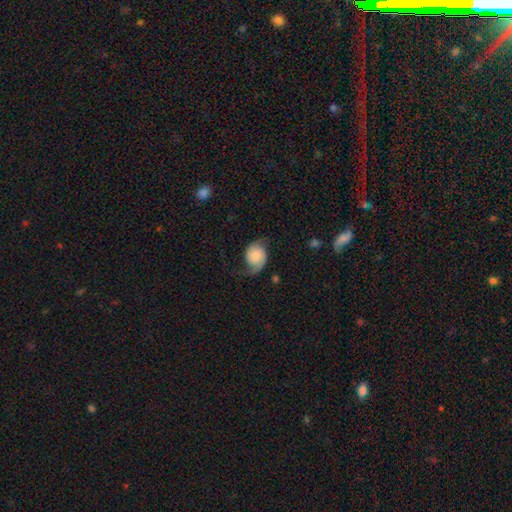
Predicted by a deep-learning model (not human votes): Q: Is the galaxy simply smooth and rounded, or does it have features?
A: featured or disk — 64%.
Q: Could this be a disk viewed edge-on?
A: no — 97%.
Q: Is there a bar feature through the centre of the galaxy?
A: no — 77%.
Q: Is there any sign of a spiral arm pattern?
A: yes — 94%.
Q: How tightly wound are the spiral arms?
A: loose — 59%.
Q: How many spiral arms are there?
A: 2 — 84%.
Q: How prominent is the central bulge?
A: small — 36%.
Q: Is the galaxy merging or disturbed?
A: none — 57%.